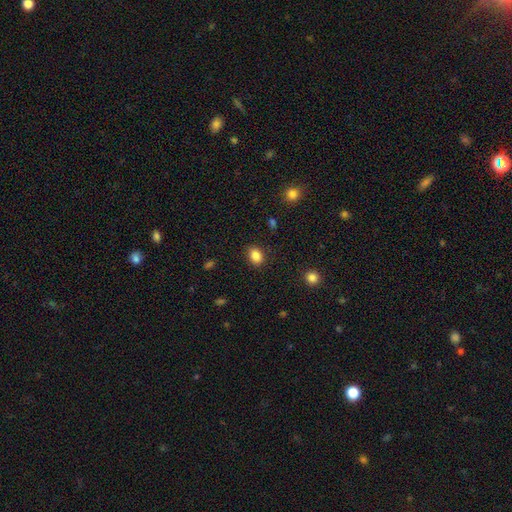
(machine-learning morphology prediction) Smooth or featured: smooth — 86% (star or artifact — 10%)
How rounded: in between — 67% (round — 32%)
Merging: none — 87% (minor disturbance — 9%)